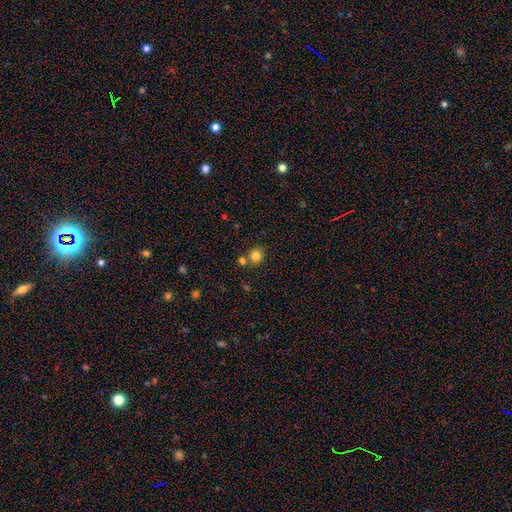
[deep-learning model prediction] A smooth galaxy with no disk features (82%) that is round (88%). Merging: none (73%).